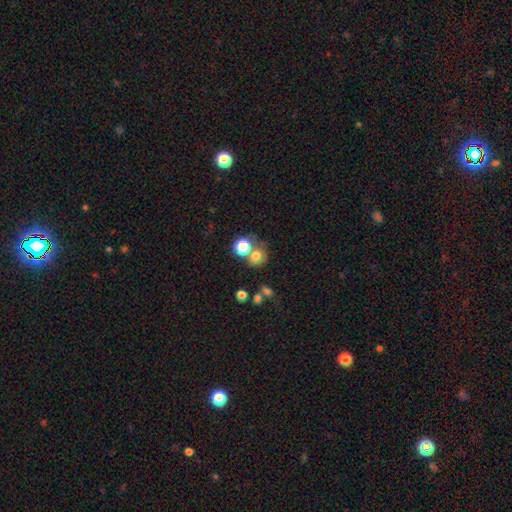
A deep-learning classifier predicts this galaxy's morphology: A smooth galaxy with no disk features (72%) that is round (76%).

Vote fractions:
- Smooth or featured? smooth: 72% / star or artifact: 17% / featured or disk: 11%
- How rounded? round: 76% / in between: 23% / cigar-shaped: 1%
- Merging? none: 51% / merger: 32% / minor disturbance: 11% / major disturbance: 6%